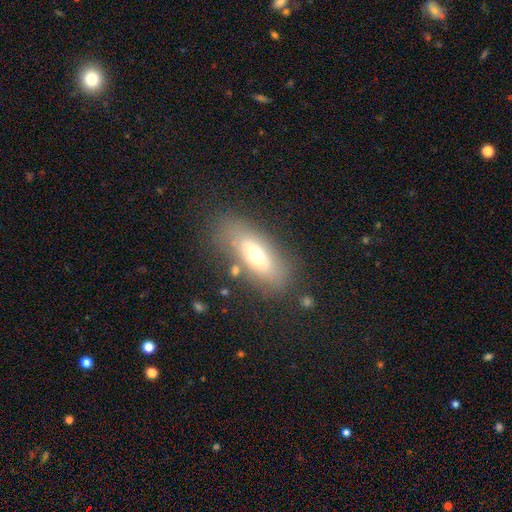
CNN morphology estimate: The model was most divided on "smooth or featured": smooth: 60%, featured or disk: 31%, star or artifact: 9%. More confident: how rounded — in between (77%); merging — none (74%).